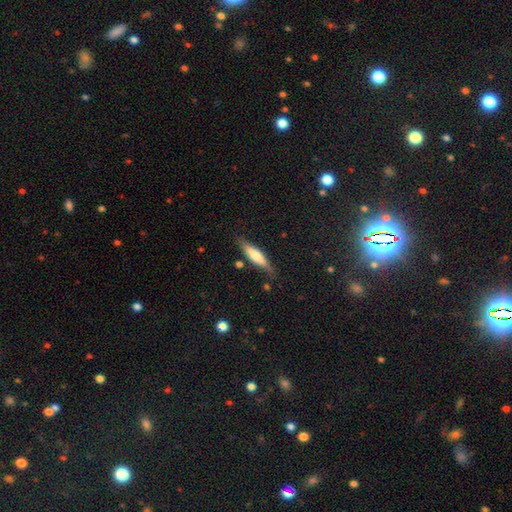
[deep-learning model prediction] Morphology: type=smooth (55%); roundness=cigar-shaped (75%); merging=none (77%).